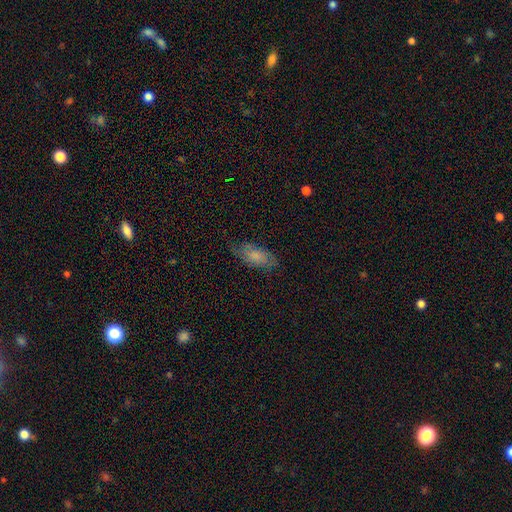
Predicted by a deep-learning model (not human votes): Smooth or featured?
  - smooth: 64% *
  - featured or disk: 27%
  - star or artifact: 9%
How rounded?
  - in between: 85% *
  - cigar-shaped: 12%
  - round: 3%
Merging?
  - none: 69% *
  - minor disturbance: 22%
  - major disturbance: 7%
  - merger: 1%